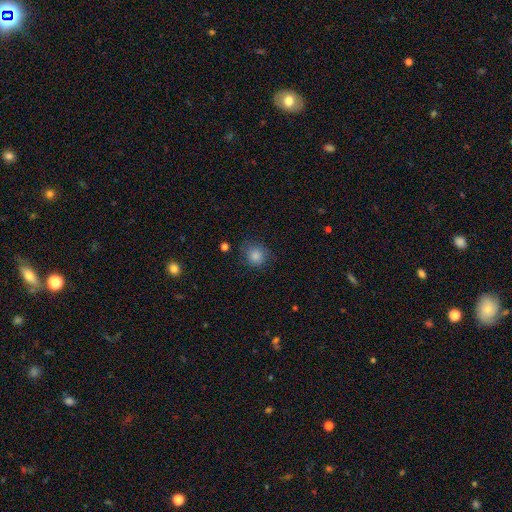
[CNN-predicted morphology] smooth_or_featured: smooth (p=0.84) [alt: star or artifact p=0.11]
how_rounded: round (p=0.81) [alt: in between p=0.18]
merging: none (p=0.78) [alt: minor disturbance p=0.16]